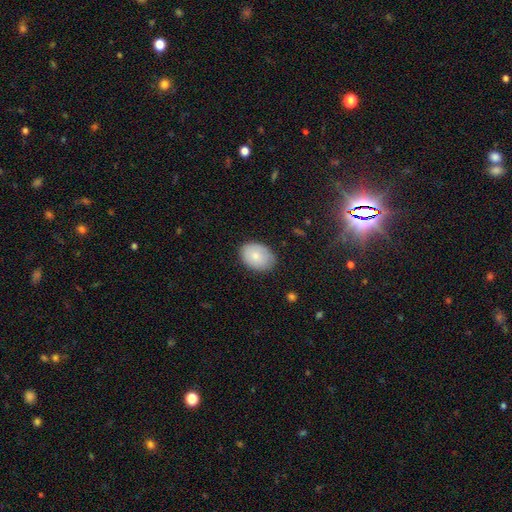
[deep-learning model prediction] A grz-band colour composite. It shows a smooth galaxy with no disk features (81%) that is in between round and cigar-shaped (76%). Merging: none (79%).